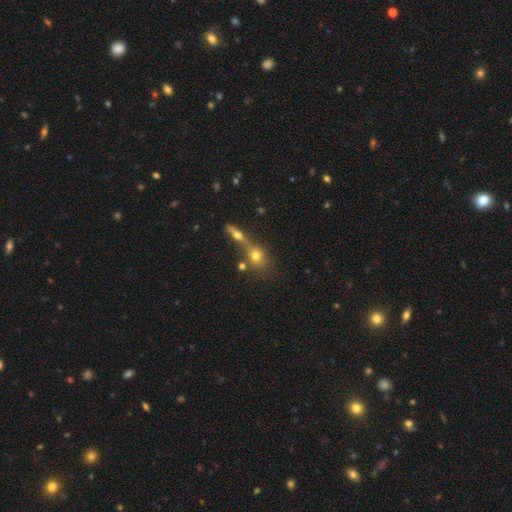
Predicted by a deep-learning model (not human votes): A smooth galaxy with no disk features (68%) that is round (62%). Merging: merger (50%).